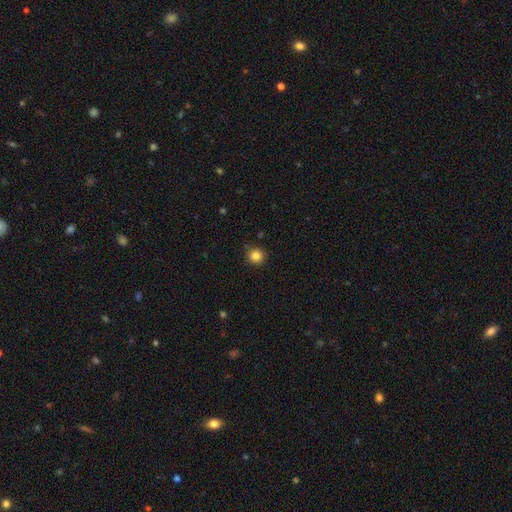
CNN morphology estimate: smooth 84%, star or artifact 12%, featured or disk 4%. Down the decision tree: how rounded — round (94%); merging — none (88%).